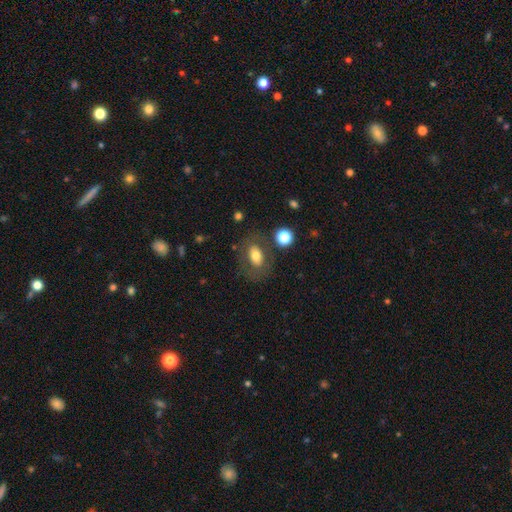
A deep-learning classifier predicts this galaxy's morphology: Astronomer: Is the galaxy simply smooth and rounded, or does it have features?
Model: smooth — 70%.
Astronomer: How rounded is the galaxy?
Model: in between — 80%.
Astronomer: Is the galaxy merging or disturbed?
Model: none — 70%.